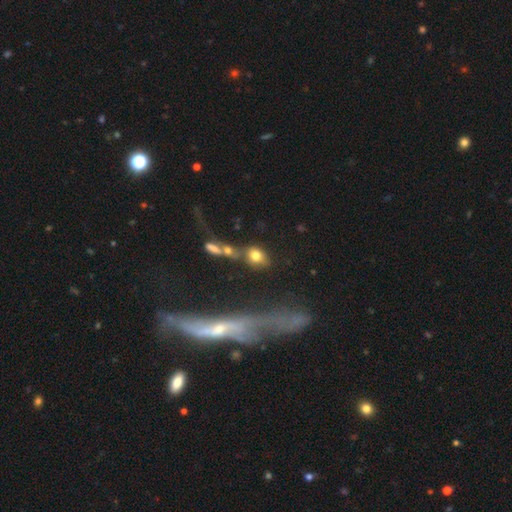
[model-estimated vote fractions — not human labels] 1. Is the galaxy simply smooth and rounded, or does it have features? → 75% smooth, 13% featured or disk, 13% star or artifact.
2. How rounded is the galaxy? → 52% in between, 44% round, 4% cigar-shaped.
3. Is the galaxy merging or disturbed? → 49% none, 27% merger, 14% minor disturbance, 10% major disturbance.